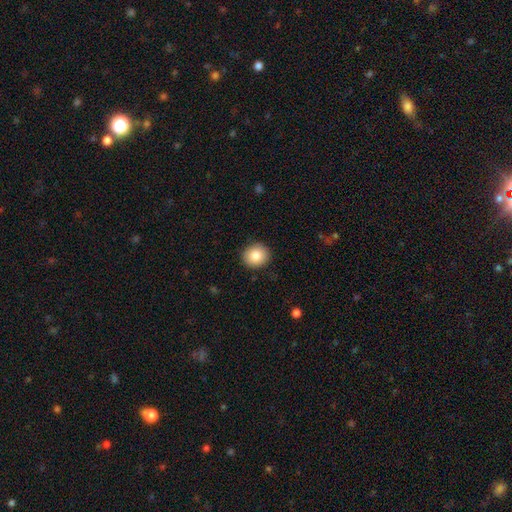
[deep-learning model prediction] Smooth or featured? smooth (83%)
How rounded? round (88%)
Merging? none (91%)